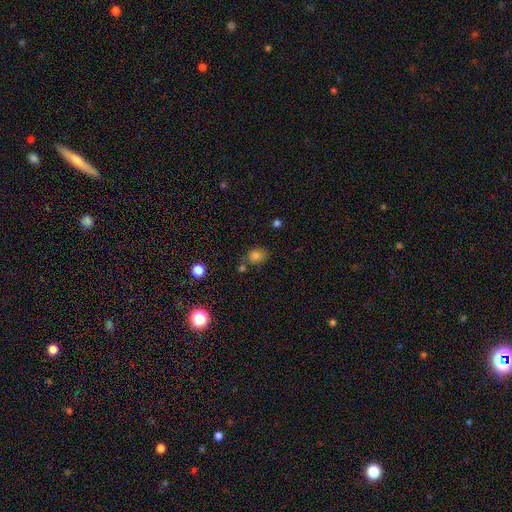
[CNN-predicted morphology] The model was most divided on "how rounded": round: 63%, in between: 36%, cigar-shaped: 1%. More confident: smooth or featured — smooth (78%); merging — none (67%).